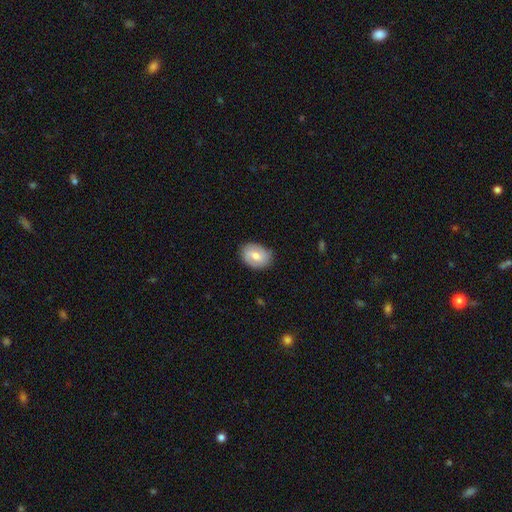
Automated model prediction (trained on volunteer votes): smooth_or_featured: smooth (p=0.62) [alt: featured or disk p=0.32]
how_rounded: in between (p=0.69) [alt: round p=0.30]
merging: none (p=0.82) [alt: minor disturbance p=0.14]